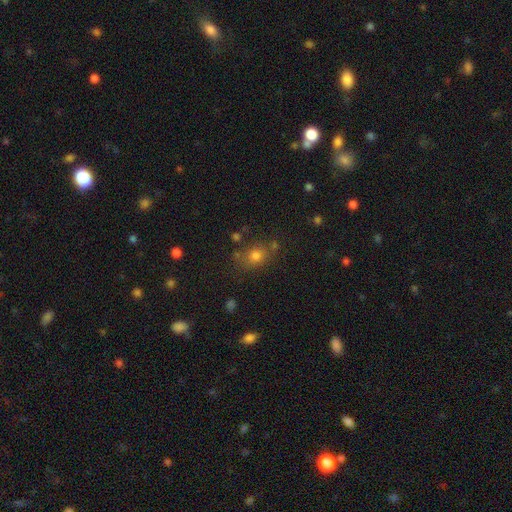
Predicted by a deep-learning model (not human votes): Overall: smooth (73%). How rounded: round (59%; in between 39%). Merging: none (72%).